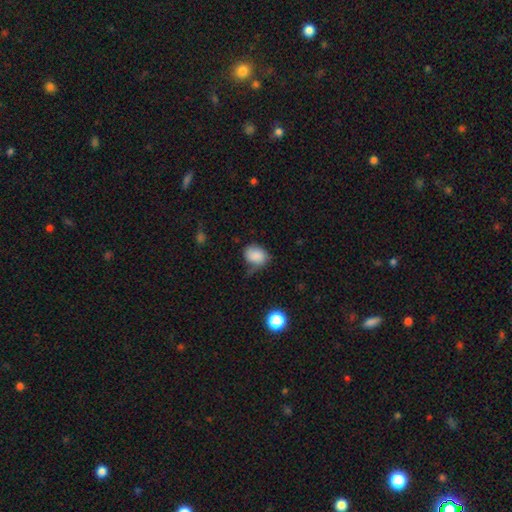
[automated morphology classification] smooth 84%, star or artifact 9%, featured or disk 7%. Down the decision tree: how rounded — in between (60%); merging — none (45%).